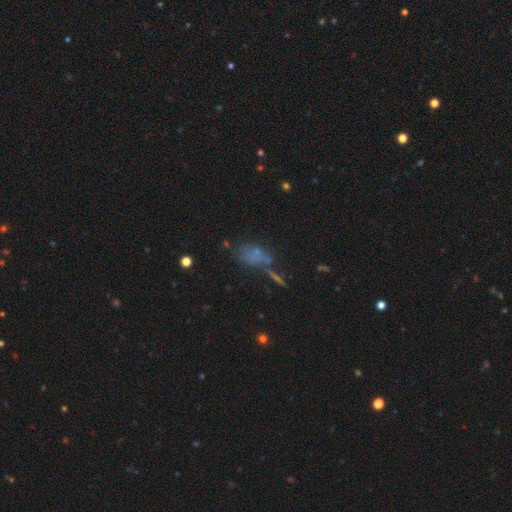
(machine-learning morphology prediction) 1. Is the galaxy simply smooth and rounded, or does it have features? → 57% smooth, 26% star or artifact, 17% featured or disk.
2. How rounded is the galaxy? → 76% in between, 15% round, 9% cigar-shaped.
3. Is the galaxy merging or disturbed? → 46% none, 20% merger, 19% minor disturbance, 14% major disturbance.